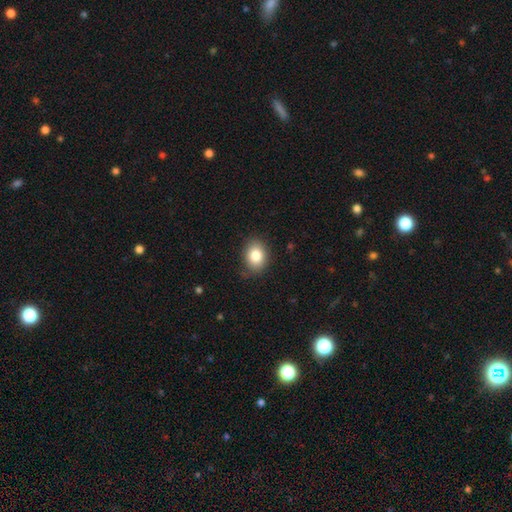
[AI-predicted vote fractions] Morphology: type=smooth (84%); roundness=in between (62%); merging=none (83%).